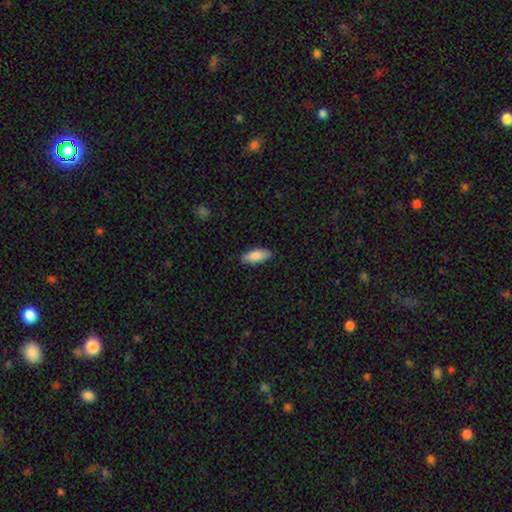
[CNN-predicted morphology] A smooth galaxy with no disk features (87%) that is in between round and cigar-shaped (78%). Merging: none (86%).